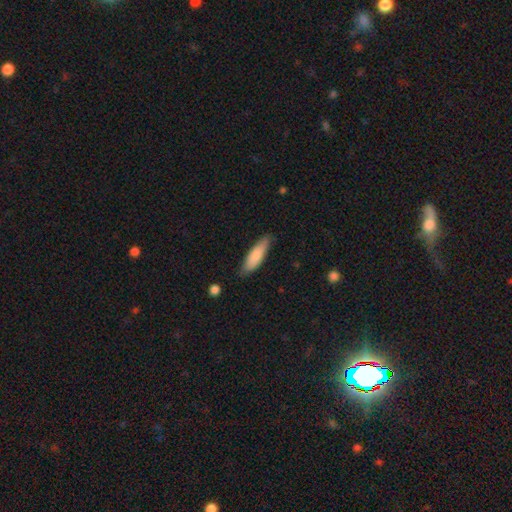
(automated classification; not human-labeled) Q: Smooth or featured?
A: smooth (80%); runner-up: featured or disk (14%)
Q: How rounded?
A: cigar-shaped (60%); runner-up: in between (39%)
Q: Merging?
A: none (80%); runner-up: minor disturbance (16%)